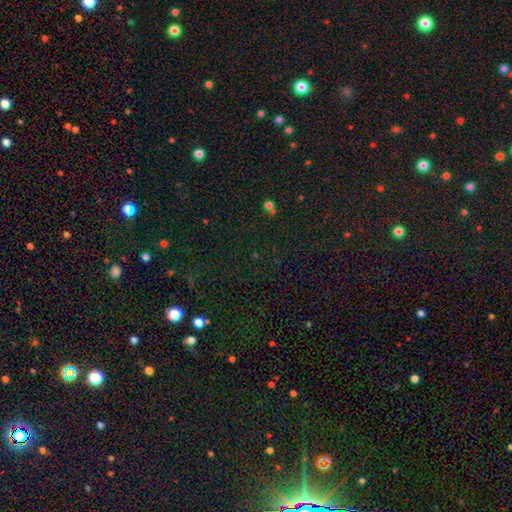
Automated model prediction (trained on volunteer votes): smooth_or_featured: star or artifact (p=0.71) [alt: smooth p=0.21]